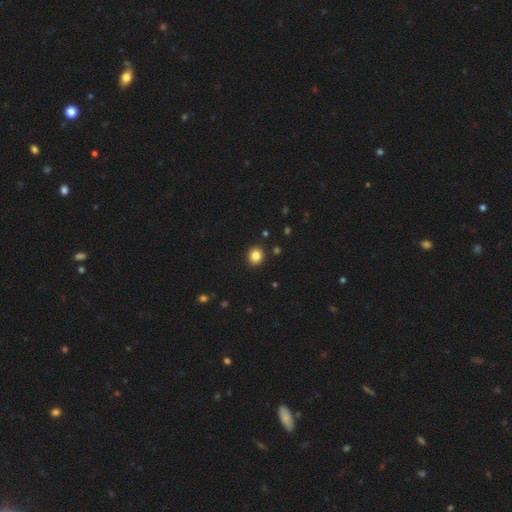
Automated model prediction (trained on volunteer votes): smooth 84%, star or artifact 11%, featured or disk 5%. Down the decision tree: how rounded — round (78%); merging — none (91%).